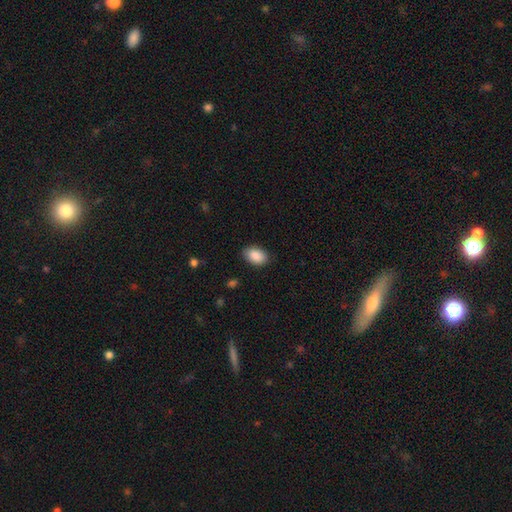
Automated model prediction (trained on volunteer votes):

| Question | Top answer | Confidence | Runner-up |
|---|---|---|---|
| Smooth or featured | smooth | 90% | star or artifact (6%) |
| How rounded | in between | 89% | round (9%) |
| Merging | none | 87% | minor disturbance (10%) |